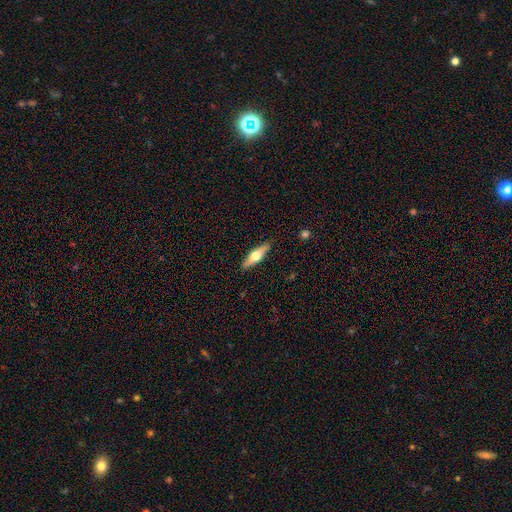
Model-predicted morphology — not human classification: This appears to be a featured or disk galaxy (52%) viewed edge-on (92%). Merging: none (89%).